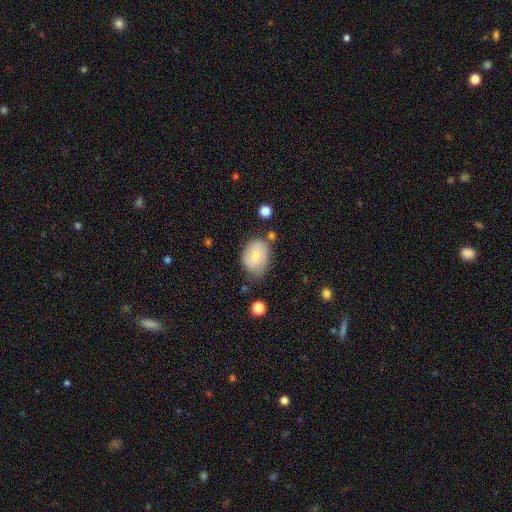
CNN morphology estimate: A smooth galaxy with no disk features (72%) that is in between round and cigar-shaped (71%). Merging: none (56%).